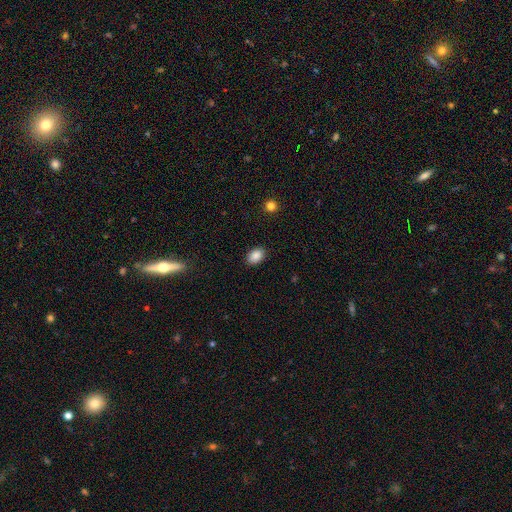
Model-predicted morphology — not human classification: Overall: smooth (88%). How rounded: in between (83%). Merging: none (88%).